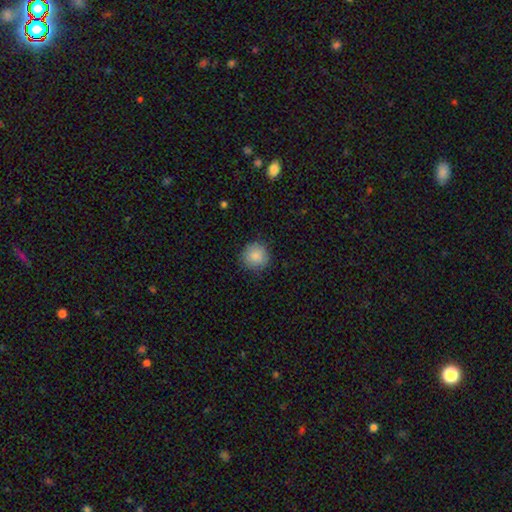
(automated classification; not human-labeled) This is clearly a smooth galaxy (87%). How rounded: clearly round (92%). Merging: clearly none (85%).